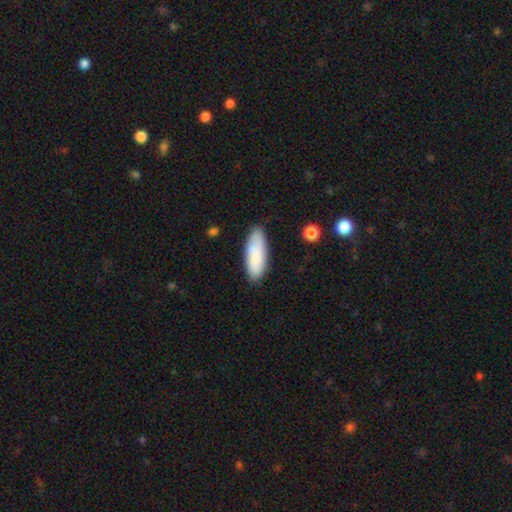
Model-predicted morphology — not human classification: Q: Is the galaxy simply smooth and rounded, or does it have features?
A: smooth — 82%.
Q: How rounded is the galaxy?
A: in between — 67%.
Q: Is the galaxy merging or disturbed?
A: none — 81%.